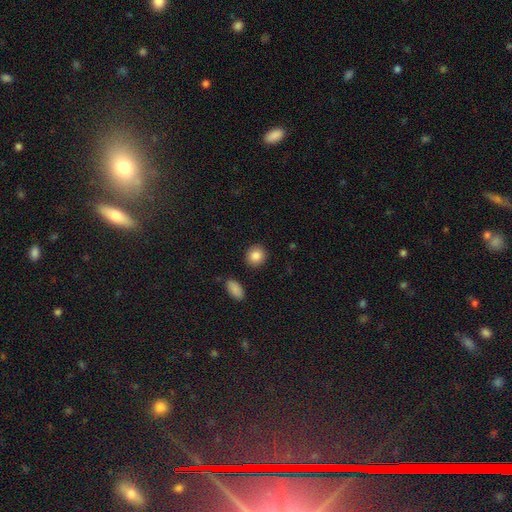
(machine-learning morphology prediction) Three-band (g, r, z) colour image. It shows a smooth galaxy with no disk features (86%) that is round (81%). Merging: none (90%).